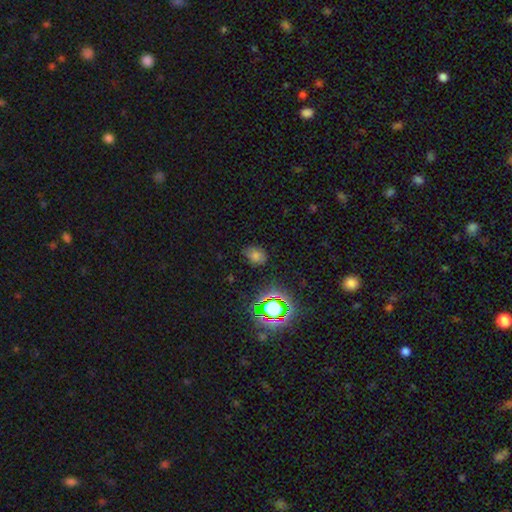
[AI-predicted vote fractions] smooth 62%, star or artifact 30%, featured or disk 7%. Down the decision tree: how rounded — in between (51%); merging — none (79%).